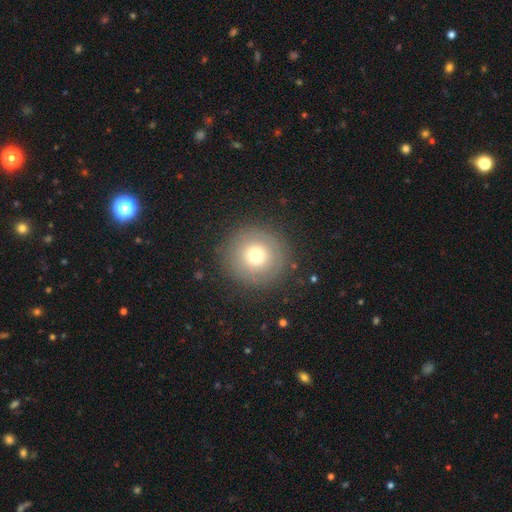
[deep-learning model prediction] The model was most divided on "smooth or featured": smooth: 66%, featured or disk: 21%, star or artifact: 12%. More confident: how rounded — round (96%); merging — none (86%).